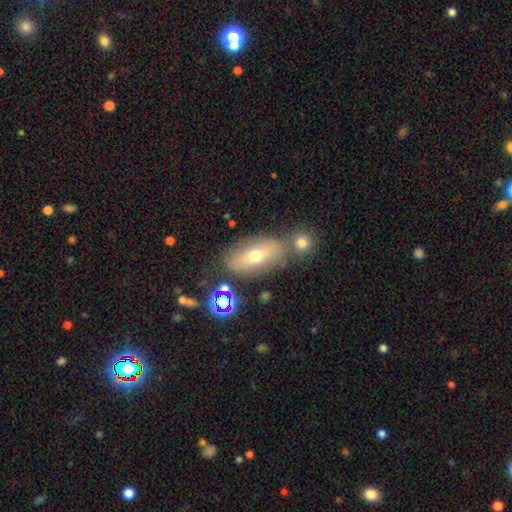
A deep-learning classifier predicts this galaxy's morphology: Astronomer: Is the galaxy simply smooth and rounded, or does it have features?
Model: smooth — 50% (runner-up: featured or disk, 37%).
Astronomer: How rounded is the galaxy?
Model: in between — 80%.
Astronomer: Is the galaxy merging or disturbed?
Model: none — 66%.